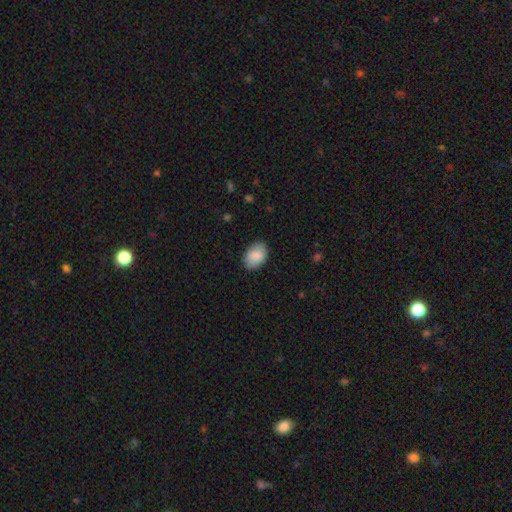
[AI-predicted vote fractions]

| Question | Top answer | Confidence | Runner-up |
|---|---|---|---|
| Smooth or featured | smooth | 88% | featured or disk (7%) |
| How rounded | in between | 87% | round (12%) |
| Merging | none | 87% | minor disturbance (10%) |